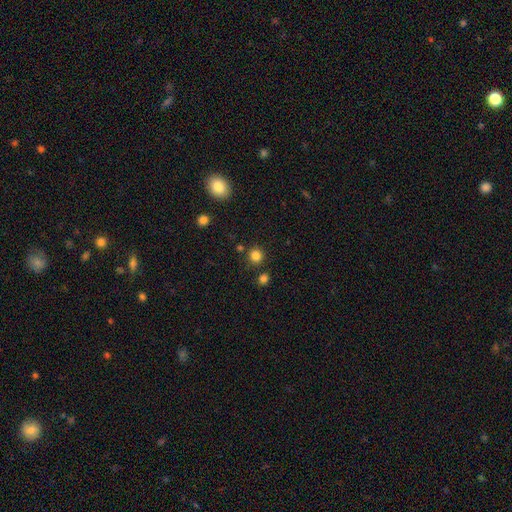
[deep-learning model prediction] Q: Smooth or featured?
A: smooth (82%); runner-up: star or artifact (14%)
Q: How rounded?
A: round (91%); runner-up: in between (8%)
Q: Merging?
A: none (83%); runner-up: minor disturbance (7%)